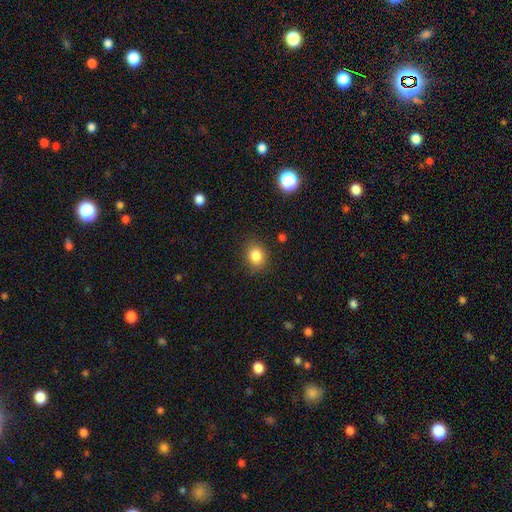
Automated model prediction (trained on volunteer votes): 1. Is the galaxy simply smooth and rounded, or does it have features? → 84% smooth, 11% star or artifact, 5% featured or disk.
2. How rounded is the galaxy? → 63% round, 36% in between, 1% cigar-shaped.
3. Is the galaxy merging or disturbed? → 84% none, 11% minor disturbance, 3% major disturbance, 2% merger.